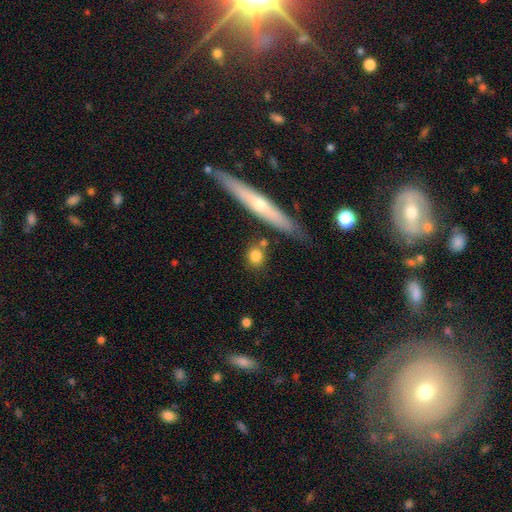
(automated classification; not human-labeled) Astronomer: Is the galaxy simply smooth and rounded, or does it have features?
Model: smooth — 78%.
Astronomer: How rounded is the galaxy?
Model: round — 69%.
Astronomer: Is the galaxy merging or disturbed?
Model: none — 73%.